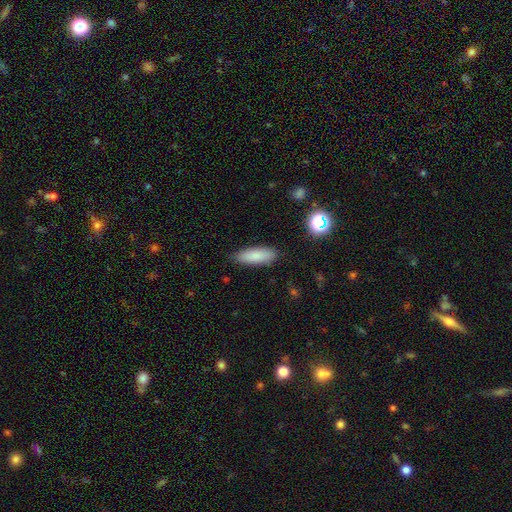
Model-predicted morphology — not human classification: A smooth galaxy with no disk features (85%) that is in between round and cigar-shaped (55%). Merging: none (86%).